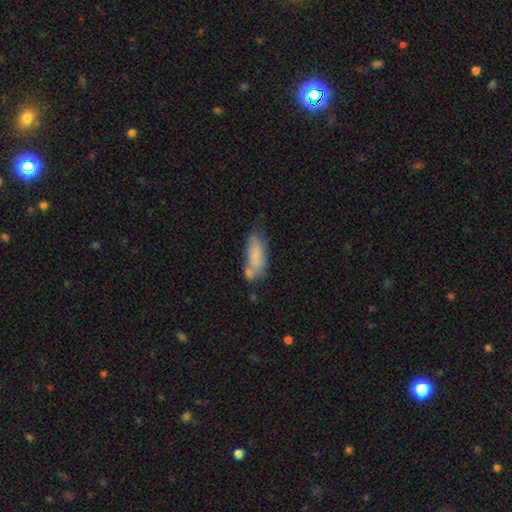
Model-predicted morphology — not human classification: smooth-or-featured: smooth: 75% | featured or disk: 17% | star or artifact: 8%
  how-rounded: in between: 71% | cigar-shaped: 27% | round: 2%
  merging: none: 41% | minor disturbance: 26% | merger: 22% | major disturbance: 11%